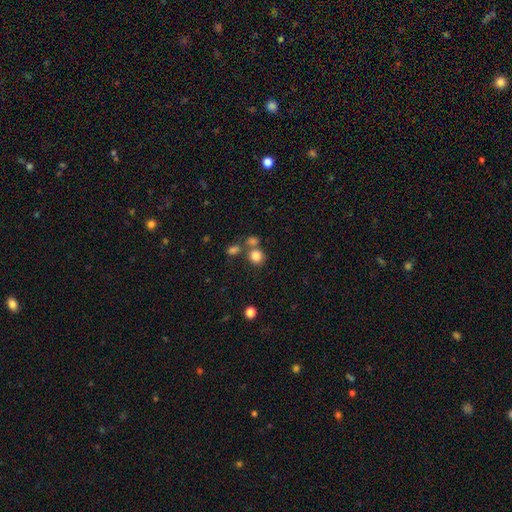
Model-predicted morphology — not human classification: smooth-or-featured: smooth: 81% | star or artifact: 12% | featured or disk: 7%
  how-rounded: round: 81% | in between: 18% | cigar-shaped: 1%
  merging: none: 58% | merger: 28% | minor disturbance: 9% | major disturbance: 5%